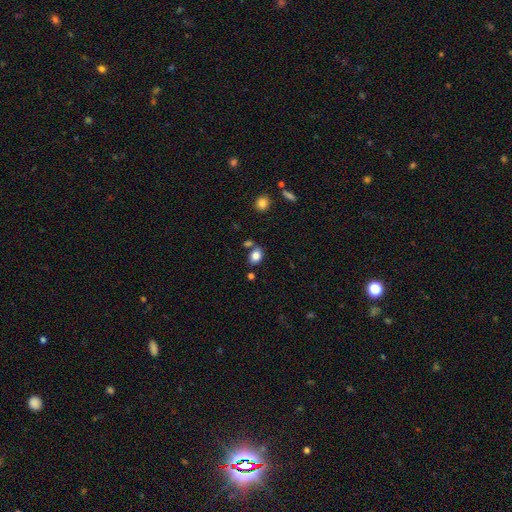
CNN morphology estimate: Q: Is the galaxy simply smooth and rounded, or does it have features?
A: smooth — 83%.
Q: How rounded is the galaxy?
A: in between — 70%.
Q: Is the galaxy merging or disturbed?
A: none — 69%.